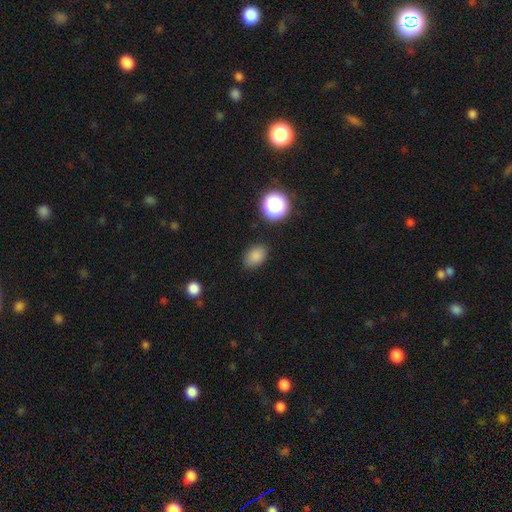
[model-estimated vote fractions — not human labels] Smooth or featured? Predicted: smooth (p=0.83). How rounded? Predicted: in between (p=0.75). Merging? Predicted: none (p=0.83).